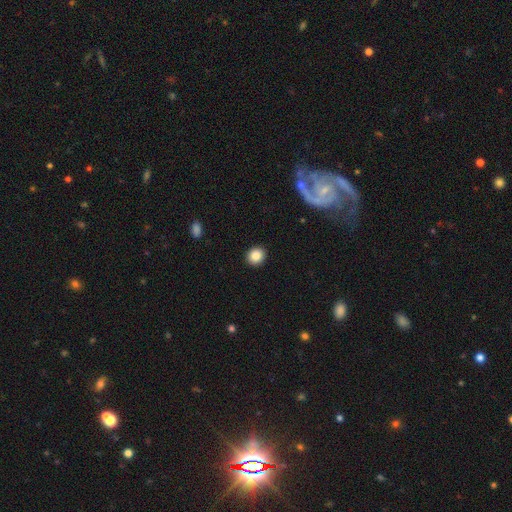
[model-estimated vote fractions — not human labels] smooth_or_featured: smooth (p=0.86) [alt: star or artifact p=0.09]
how_rounded: round (p=0.80) [alt: in between p=0.19]
merging: none (p=0.92) [alt: minor disturbance p=0.05]